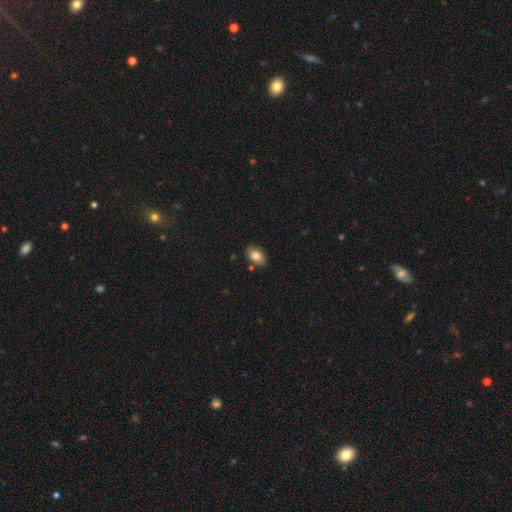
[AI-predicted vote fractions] smooth_or_featured: smooth (p=0.82) [alt: featured or disk p=0.11]
how_rounded: in between (p=0.88) [alt: round p=0.10]
merging: none (p=0.82) [alt: minor disturbance p=0.13]